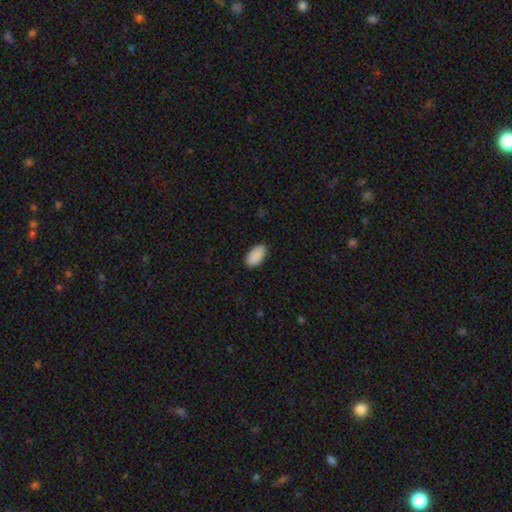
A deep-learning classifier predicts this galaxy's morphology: This appears to be a smooth galaxy with no disk features (90%) that is in between round and cigar-shaped (95%). Merging: none (87%).